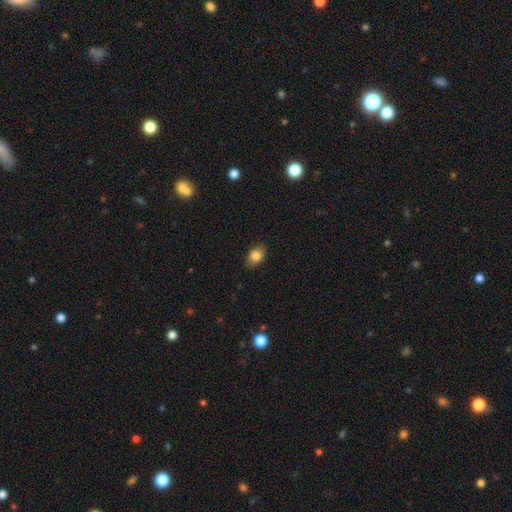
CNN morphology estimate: A smooth galaxy with no disk features (84%) that is in between round and cigar-shaped (80%). Merging: none (84%).